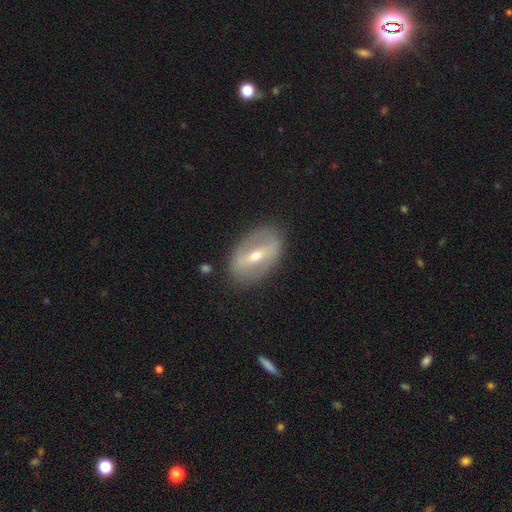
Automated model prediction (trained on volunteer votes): This appears to be a featured or disk galaxy (68%) with a strong bar (65%), no spiral arms (71%) and a moderate central bulge (54%). Merging: none (83%).